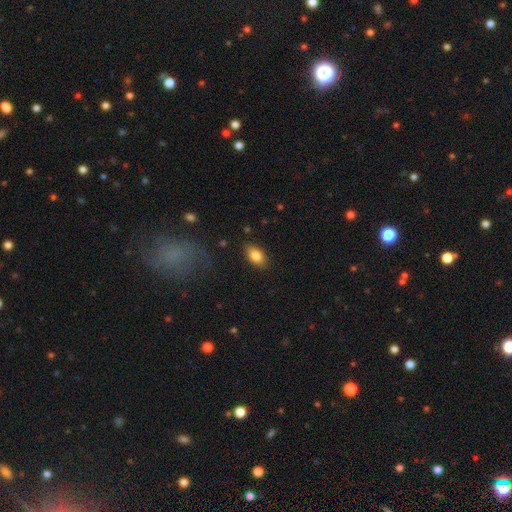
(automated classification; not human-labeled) A smooth galaxy with no disk features (83%) that is in between round and cigar-shaped (90%). Merging: none (85%).